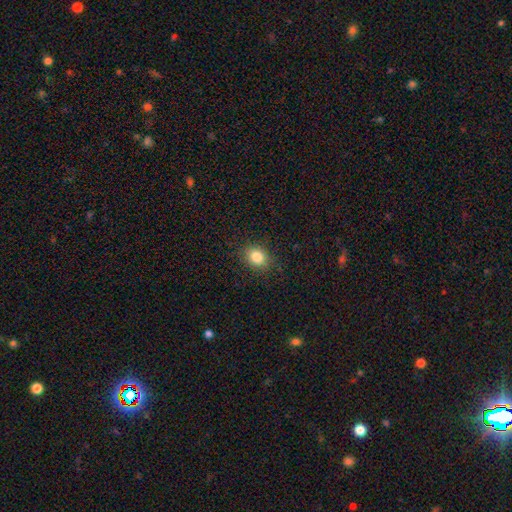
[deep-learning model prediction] Overall: smooth (83%). How rounded: round (53%; in between 46%). Merging: none (87%).